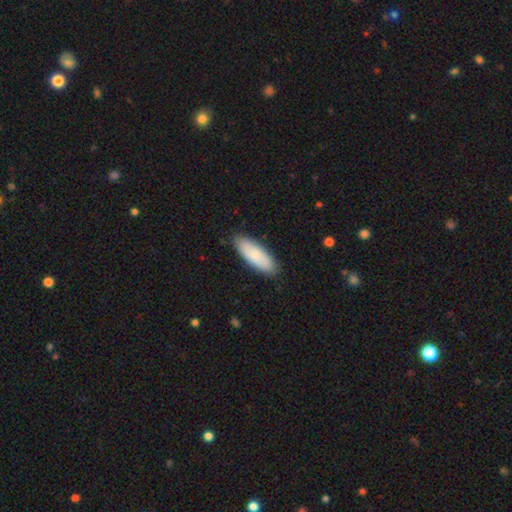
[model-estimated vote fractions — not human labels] smooth_or_featured: smooth (p=0.78) [alt: featured or disk p=0.16]
how_rounded: in between (p=0.68) [alt: cigar-shaped p=0.31]
merging: none (p=0.86) [alt: minor disturbance p=0.11]